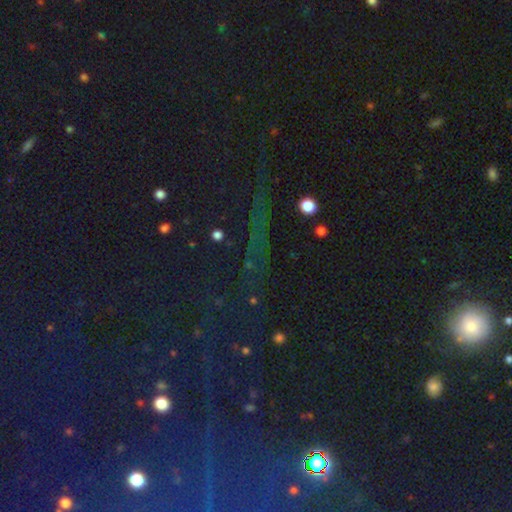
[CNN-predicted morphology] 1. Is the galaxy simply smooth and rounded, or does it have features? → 79% star or artifact, 12% smooth, 9% featured or disk.